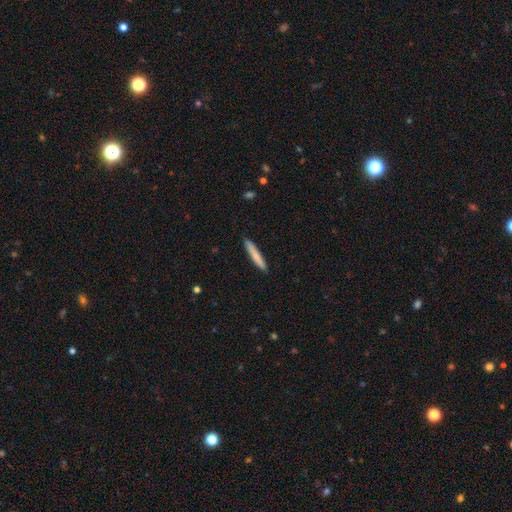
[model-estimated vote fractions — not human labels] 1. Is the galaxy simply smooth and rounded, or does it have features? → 72% smooth, 23% featured or disk, 5% star or artifact.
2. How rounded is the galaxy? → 94% cigar-shaped, 5% in between, 1% round.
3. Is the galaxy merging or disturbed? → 90% none, 8% minor disturbance, 1% major disturbance, 1% merger.